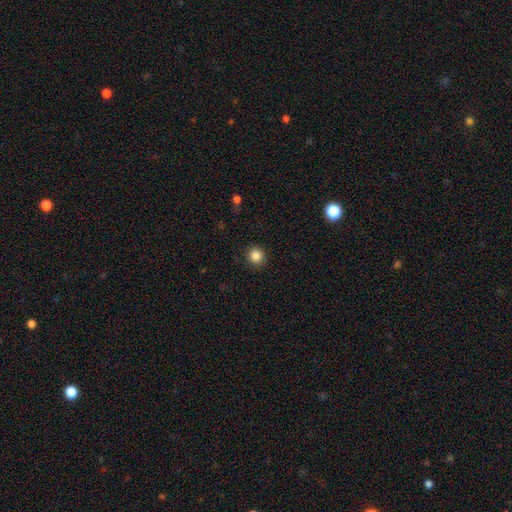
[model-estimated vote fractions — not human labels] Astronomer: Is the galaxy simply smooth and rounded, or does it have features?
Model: smooth — 86%.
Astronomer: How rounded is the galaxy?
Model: round — 93%.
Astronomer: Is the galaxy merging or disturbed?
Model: none — 91%.